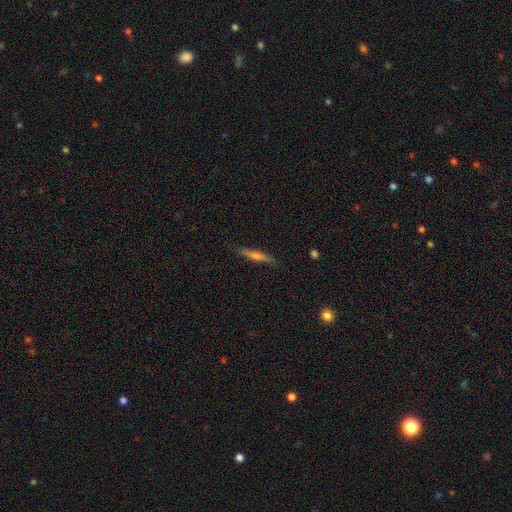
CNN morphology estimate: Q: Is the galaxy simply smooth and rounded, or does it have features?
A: featured or disk — 57%.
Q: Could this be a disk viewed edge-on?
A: yes — 96%.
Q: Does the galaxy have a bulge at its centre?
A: rounded — 69%.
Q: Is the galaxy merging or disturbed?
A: none — 89%.